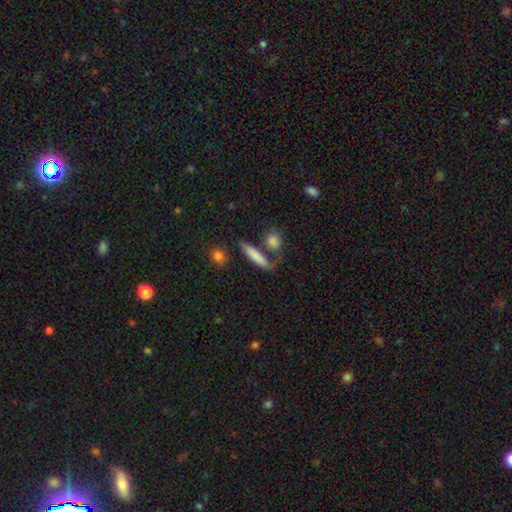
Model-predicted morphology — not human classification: Smooth or featured? Predicted: smooth (p=0.76). How rounded? Predicted: cigar-shaped (p=0.69). Merging? Predicted: none (p=0.61).